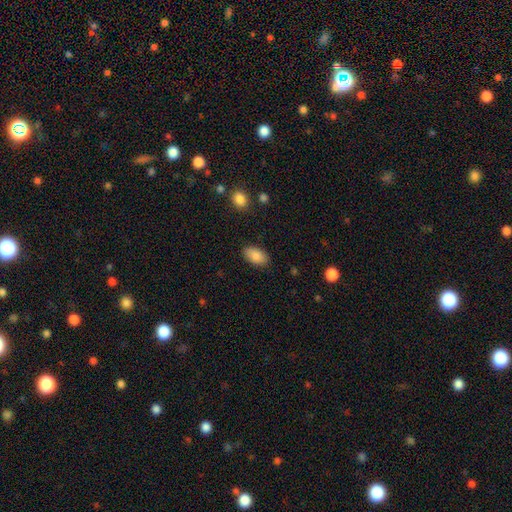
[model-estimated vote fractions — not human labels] smooth-or-featured: smooth: 86% | star or artifact: 7% | featured or disk: 7%
  how-rounded: in between: 93% | round: 6% | cigar-shaped: 2%
  merging: none: 84% | minor disturbance: 12% | major disturbance: 3% | merger: 1%